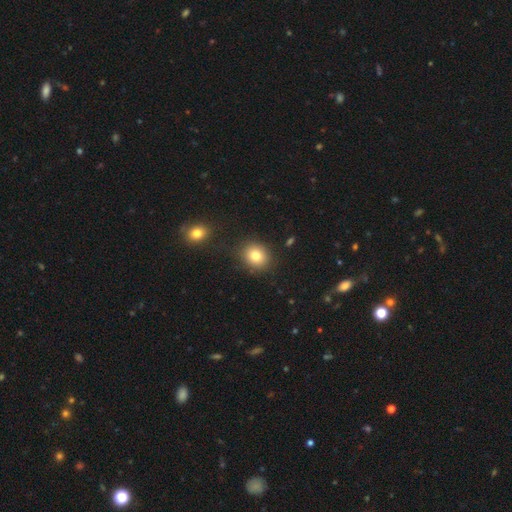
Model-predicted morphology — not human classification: The model was most divided on "how rounded": round: 69%, in between: 31%, cigar-shaped: 1%. More confident: merging — none (85%); smooth or featured — smooth (81%).